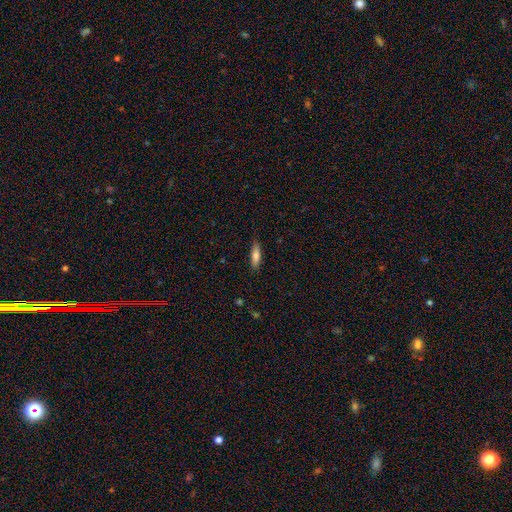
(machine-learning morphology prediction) This appears to be a smooth galaxy with no disk features (77%) that is cigar-shaped (61%). Merging: none (84%).